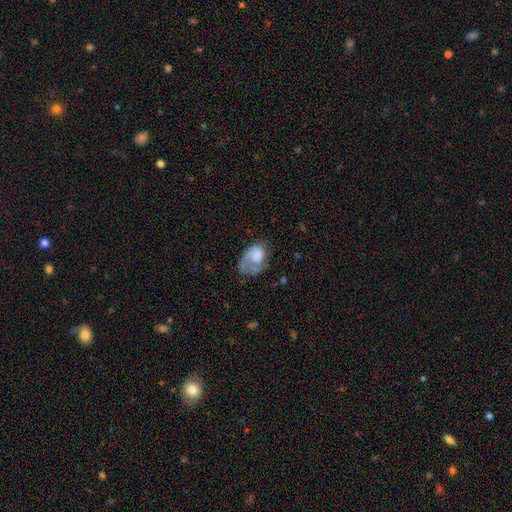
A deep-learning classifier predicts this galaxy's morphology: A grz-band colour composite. It shows a smooth galaxy with no disk features (48%). Merging: major disturbance (41%).